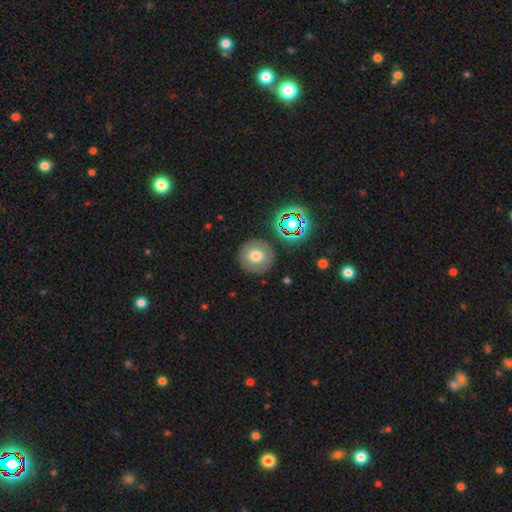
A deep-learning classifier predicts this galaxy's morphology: Smooth or featured? Predicted: smooth (p=0.70). How rounded? Predicted: round (p=0.93). Merging? Predicted: none (p=0.87).